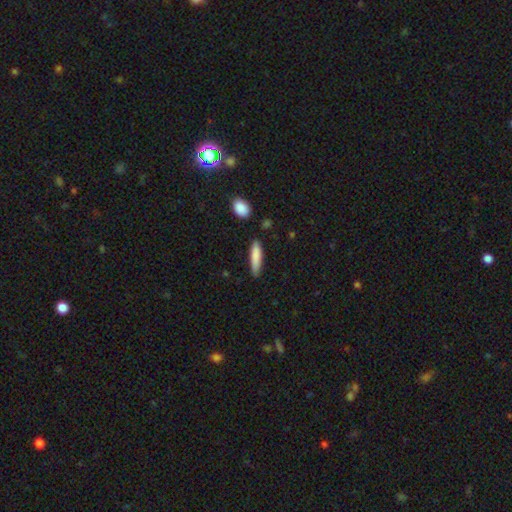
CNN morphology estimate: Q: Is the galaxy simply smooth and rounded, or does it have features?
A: smooth — 83%.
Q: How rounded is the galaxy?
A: cigar-shaped — 78%.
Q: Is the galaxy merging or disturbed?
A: none — 79%.